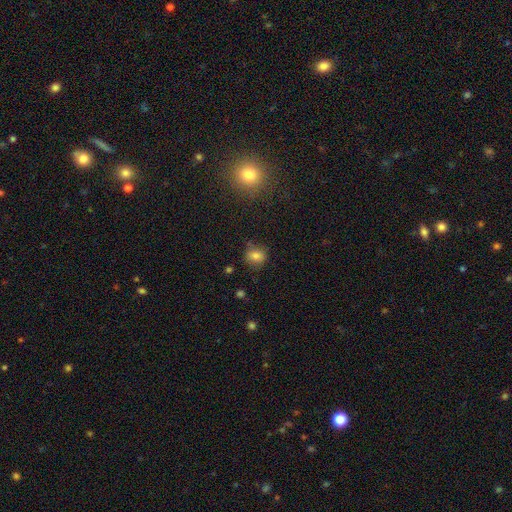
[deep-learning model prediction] Smooth or featured? Predicted: smooth (p=0.76). How rounded? Predicted: round (p=0.67). Merging? Predicted: none (p=0.77).